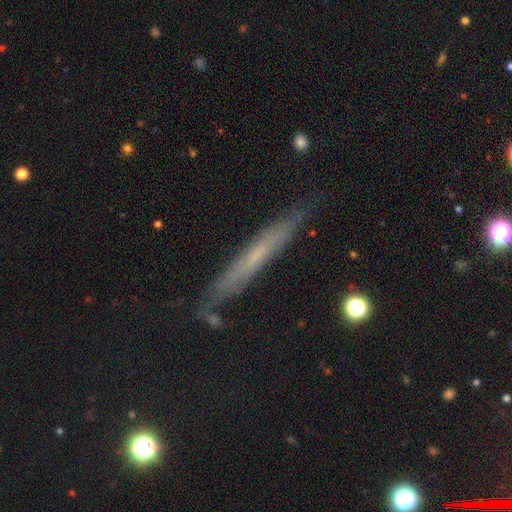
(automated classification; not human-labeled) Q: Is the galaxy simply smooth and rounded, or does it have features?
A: featured or disk — 48%.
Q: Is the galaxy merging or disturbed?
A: none — 83%.